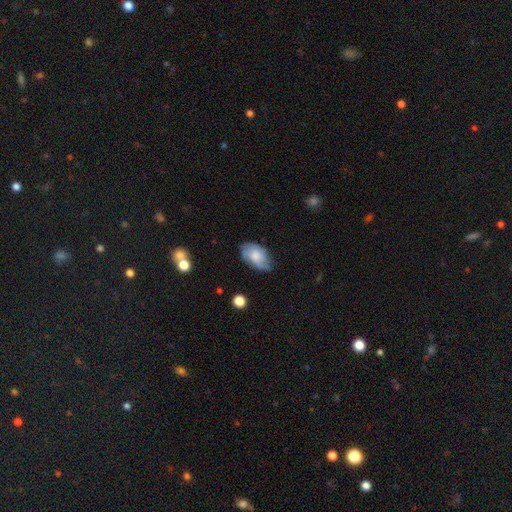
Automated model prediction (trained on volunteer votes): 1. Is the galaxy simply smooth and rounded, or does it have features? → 59% smooth, 34% featured or disk, 7% star or artifact.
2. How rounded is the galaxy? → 91% in between, 8% round, 2% cigar-shaped.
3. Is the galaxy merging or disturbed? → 59% none, 31% minor disturbance, 8% major disturbance, 2% merger.